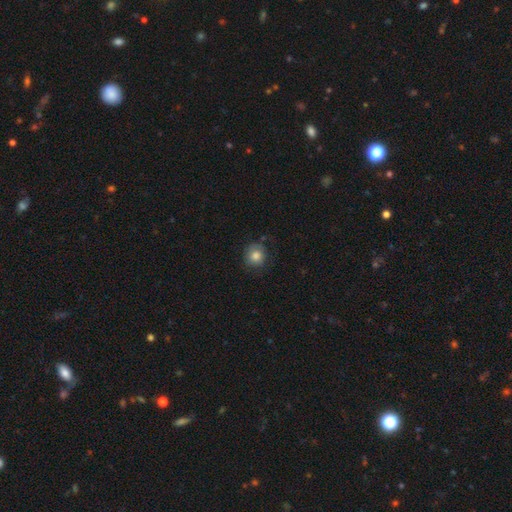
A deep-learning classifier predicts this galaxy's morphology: Smooth or featured? smooth (82%)
How rounded? round (86%)
Merging? none (74%)